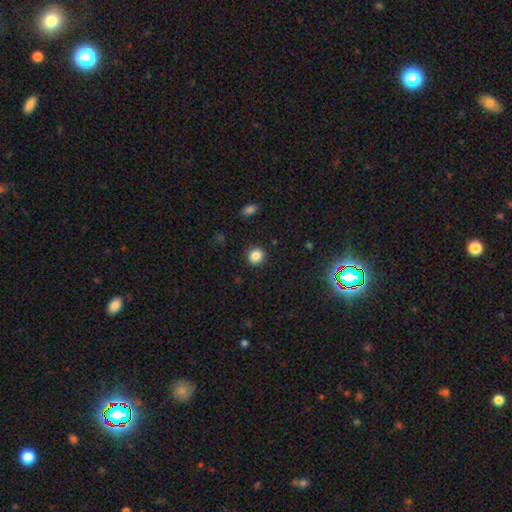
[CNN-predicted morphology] Overall: smooth (85%). How rounded: round (87%). Merging: none (91%).